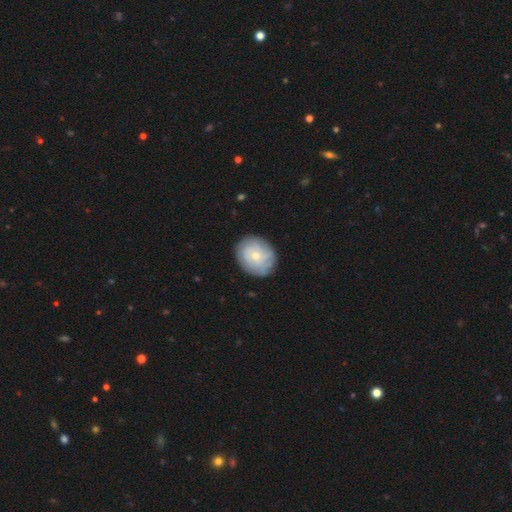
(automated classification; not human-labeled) smooth_or_featured: featured or disk (p=0.50) [alt: smooth p=0.43]
disk_edge_on: no (p=0.97) [alt: yes p=0.03]
merging: none (p=0.83) [alt: minor disturbance p=0.13]